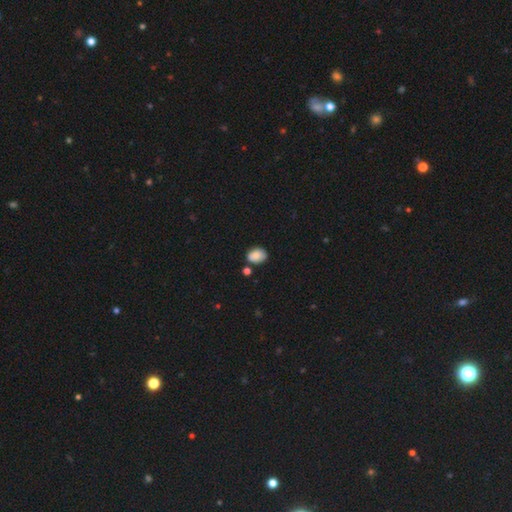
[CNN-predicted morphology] smooth-or-featured: smooth: 84% | star or artifact: 8% | featured or disk: 8%
  how-rounded: in between: 72% | round: 27% | cigar-shaped: 1%
  merging: none: 70% | minor disturbance: 18% | merger: 8% | major disturbance: 3%